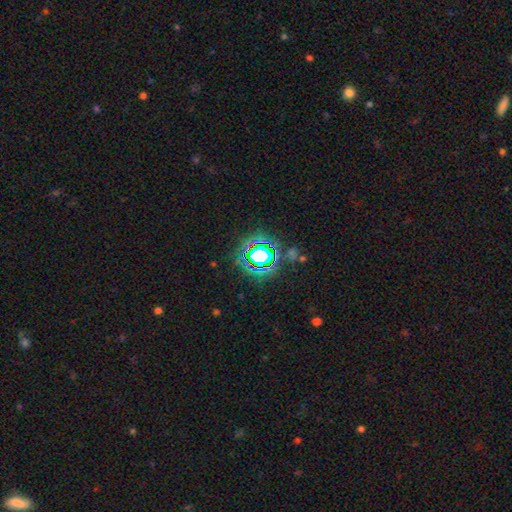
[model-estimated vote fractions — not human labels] Smooth or featured? star or artifact (70%)